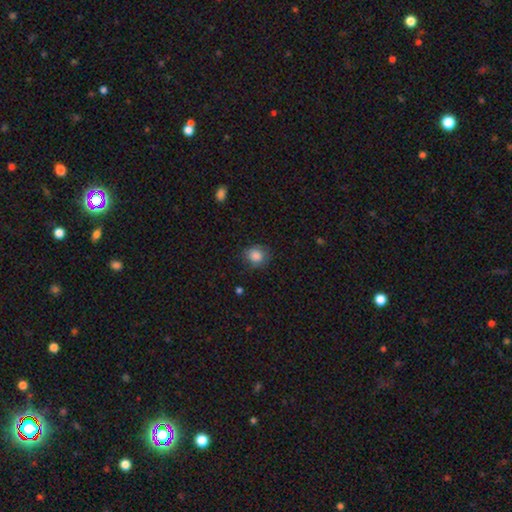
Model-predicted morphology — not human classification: The model was most divided on "merging": none: 78%, minor disturbance: 16%, major disturbance: 4%, merger: 1%. More confident: smooth or featured — smooth (86%); how rounded — round (82%).